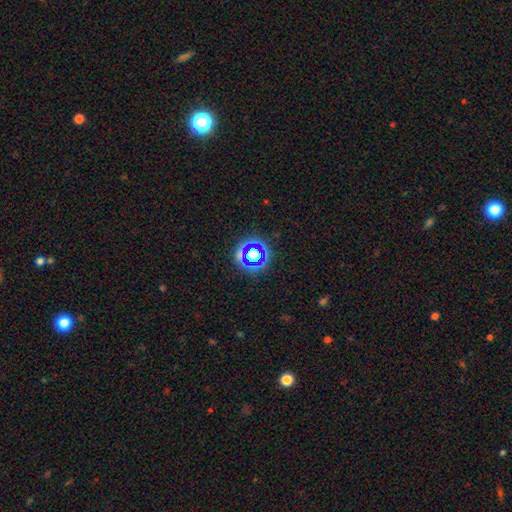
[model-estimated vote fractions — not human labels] Morphology: type=star or artifact (51%).